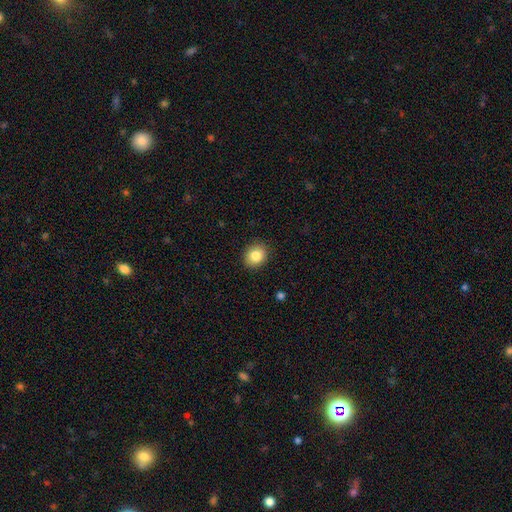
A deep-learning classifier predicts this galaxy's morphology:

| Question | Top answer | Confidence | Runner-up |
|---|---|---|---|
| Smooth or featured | smooth | 84% | star or artifact (9%) |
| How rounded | round | 64% | in between (36%) |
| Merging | none | 90% | minor disturbance (7%) |